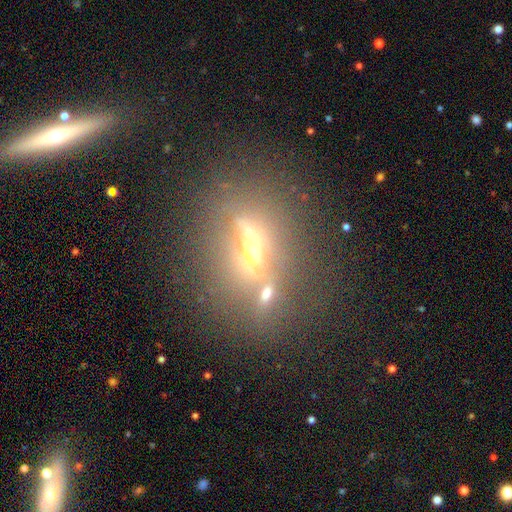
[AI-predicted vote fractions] The model was most divided on "smooth or featured": featured or disk: 36%, smooth: 34%, star or artifact: 29%. More confident: merging — none (68%).